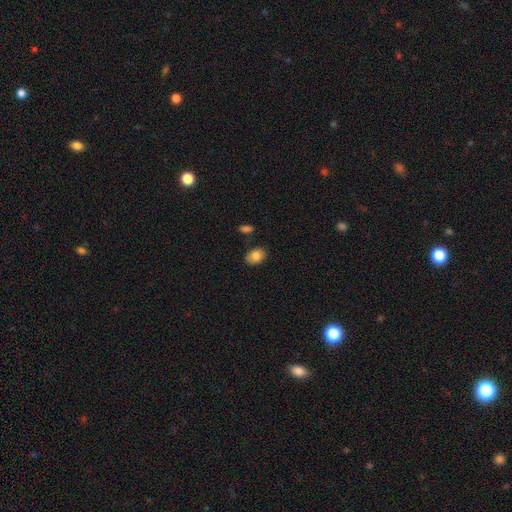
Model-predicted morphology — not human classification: type=smooth (85%); roundness=in between (80%); merging=none (82%).